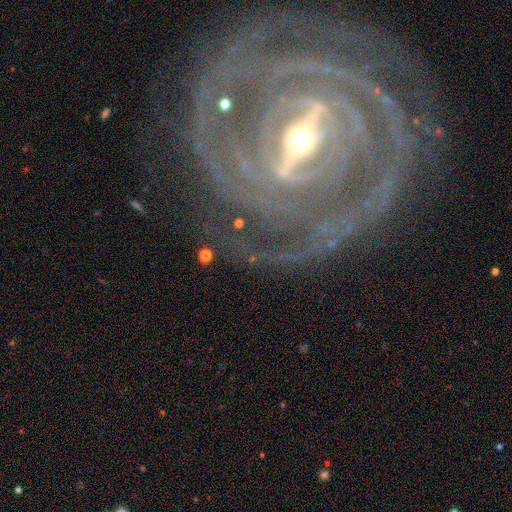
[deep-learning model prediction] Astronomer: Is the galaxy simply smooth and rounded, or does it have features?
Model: featured or disk — 91%.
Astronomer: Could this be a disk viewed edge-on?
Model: no — 95%.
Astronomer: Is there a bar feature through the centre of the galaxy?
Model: strong — 70%.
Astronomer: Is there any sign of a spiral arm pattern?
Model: yes — 96%.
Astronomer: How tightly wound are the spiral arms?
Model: tight — 79%.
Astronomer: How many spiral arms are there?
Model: can't tell — 22% (runner-up: 4, 19%).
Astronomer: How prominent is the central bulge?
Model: small — 51% (runner-up: moderate, 44%).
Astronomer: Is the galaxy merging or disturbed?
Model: none — 79%.